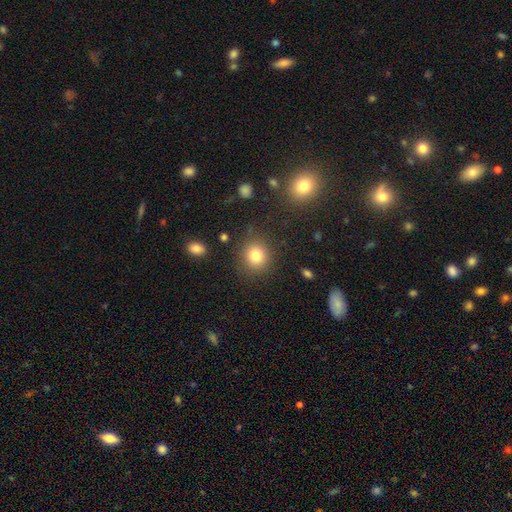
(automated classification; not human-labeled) Overall: smooth (80%). How rounded: round (86%). Merging: none (85%).